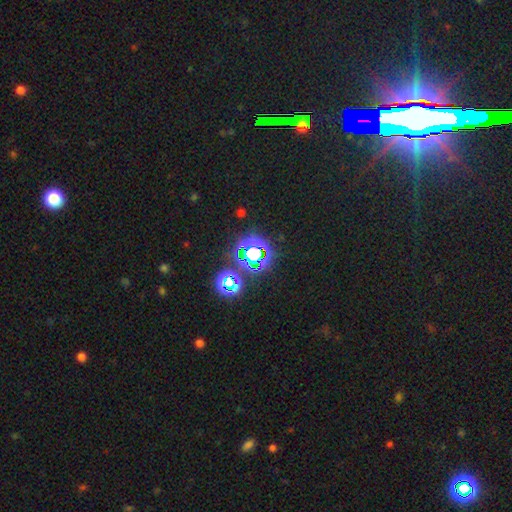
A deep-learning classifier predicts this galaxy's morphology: This appears to be a star or artifact, not a galaxy (74%).